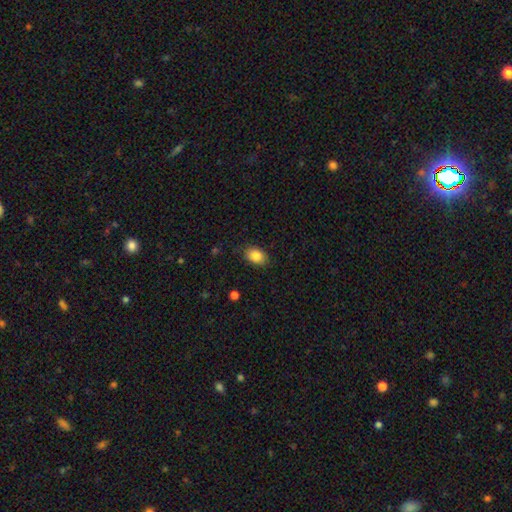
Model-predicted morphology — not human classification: Smooth or featured?
  - smooth: 87% *
  - star or artifact: 8%
  - featured or disk: 6%
How rounded?
  - in between: 81% *
  - round: 18%
  - cigar-shaped: 1%
Merging?
  - none: 83% *
  - minor disturbance: 13%
  - major disturbance: 3%
  - merger: 1%